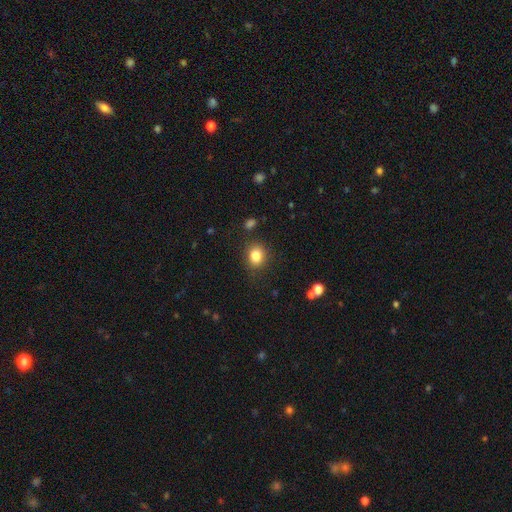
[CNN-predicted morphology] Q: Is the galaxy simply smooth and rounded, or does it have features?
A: smooth — 83%.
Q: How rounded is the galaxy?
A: round — 63%.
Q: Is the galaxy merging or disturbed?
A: none — 83%.